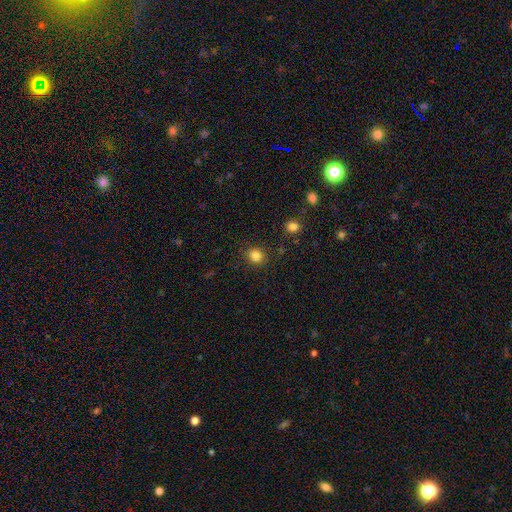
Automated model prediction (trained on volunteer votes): Overall: smooth (83%). How rounded: round (83%). Merging: none (88%).